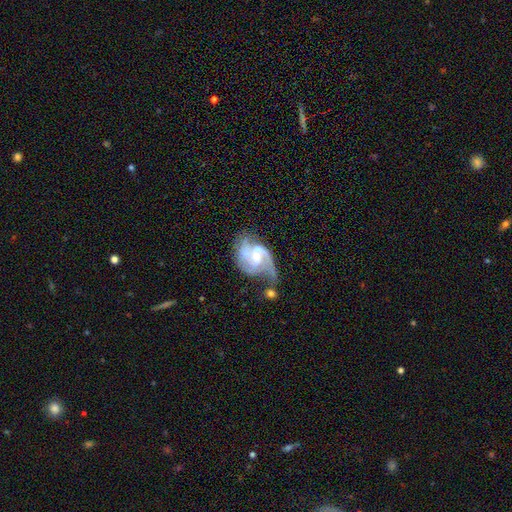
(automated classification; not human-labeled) Q: Smooth or featured?
A: featured or disk (83%); runner-up: smooth (11%)
Q: Edge-on disk?
A: no (98%); runner-up: yes (2%)
Q: Bar?
A: no (50%); runner-up: weak (41%)
Q: Spiral arms?
A: yes (92%); runner-up: no (8%)
Q: Spiral winding?
A: medium (49%); runner-up: loose (29%)
Q: Spiral arm count?
A: 2 (66%); runner-up: can't tell (11%)
Q: Bulge size?
A: moderate (51%); runner-up: small (37%)
Q: Merging?
A: none (31%); runner-up: merger (25%)